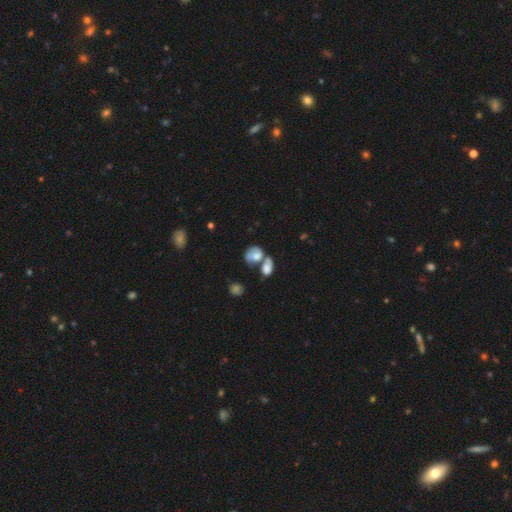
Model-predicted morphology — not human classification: A smooth galaxy with no disk features (65%) that is in between round and cigar-shaped (60%). Merging: merger (55%).